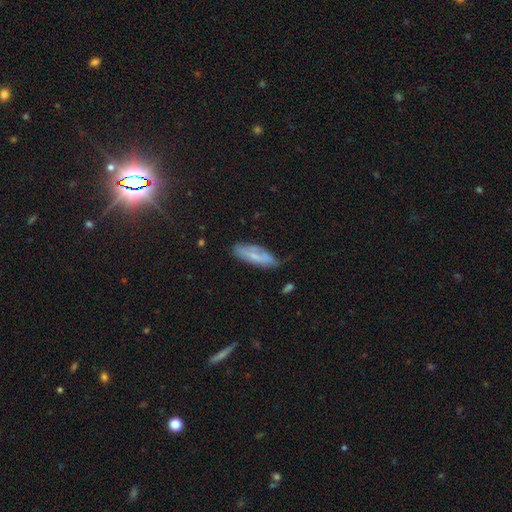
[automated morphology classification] Smooth or featured? Predicted: smooth (p=0.55). How rounded? Predicted: in between (p=0.54). Merging? Predicted: none (p=0.58).